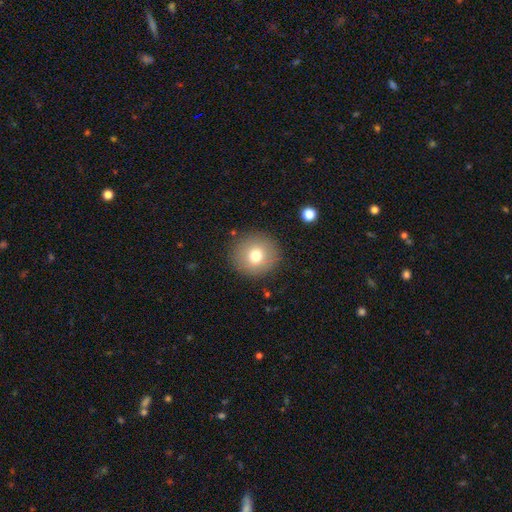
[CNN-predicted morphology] This appears to be a smooth galaxy with no disk features (75%) that is round (94%). Merging: none (89%).